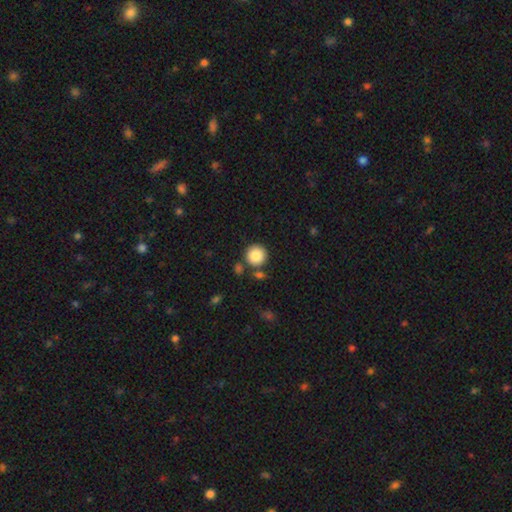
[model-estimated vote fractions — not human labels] Smooth or featured? Predicted: smooth (p=0.85). How rounded? Predicted: round (p=0.95). Merging? Predicted: none (p=0.80).